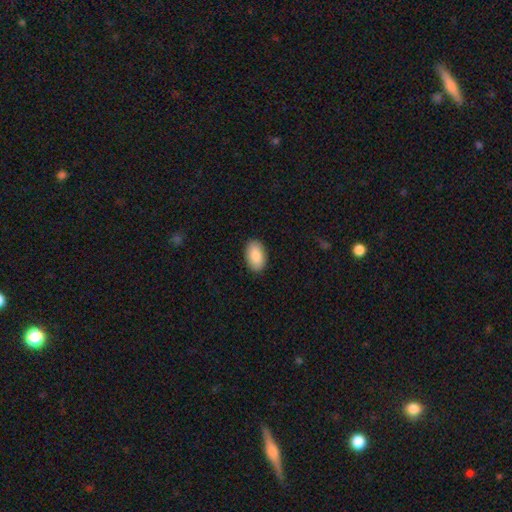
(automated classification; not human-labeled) Q: Smooth or featured?
A: smooth (88%); runner-up: featured or disk (6%)
Q: How rounded?
A: in between (94%); runner-up: round (5%)
Q: Merging?
A: none (90%); runner-up: minor disturbance (8%)